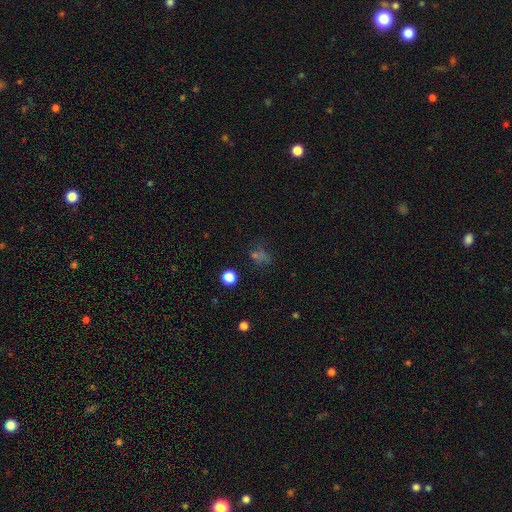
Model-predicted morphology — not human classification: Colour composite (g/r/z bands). It shows a smooth galaxy with no disk features (45%). Merging: none (62%).